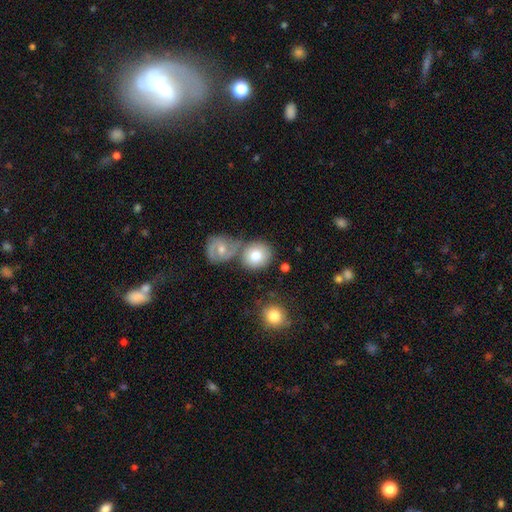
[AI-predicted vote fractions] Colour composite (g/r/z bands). It shows a smooth galaxy with no disk features (76%) that is round (77%). Merging: none (53%).